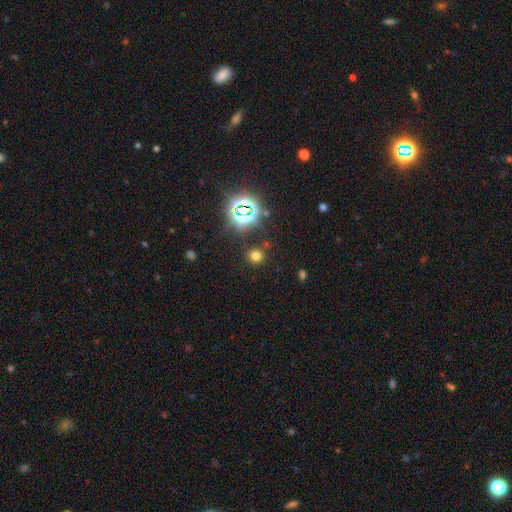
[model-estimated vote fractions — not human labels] Smooth or featured: smooth — 65% (star or artifact — 28%)
How rounded: round — 87% (in between — 11%)
Merging: none — 84% (minor disturbance — 8%)